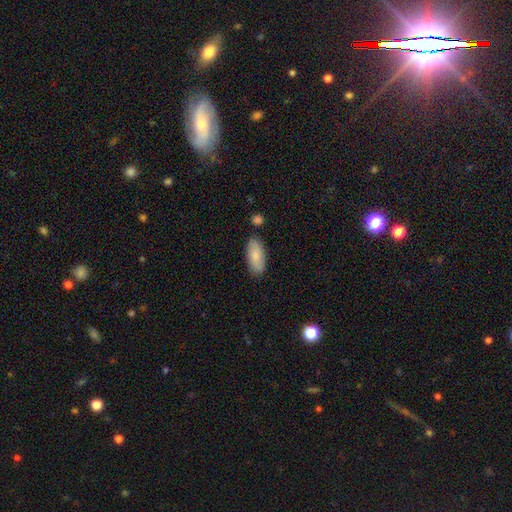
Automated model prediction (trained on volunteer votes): smooth_or_featured: smooth (p=0.79) [alt: featured or disk p=0.15]
how_rounded: in between (p=0.87) [alt: cigar-shaped p=0.11]
merging: none (p=0.79) [alt: minor disturbance p=0.14]